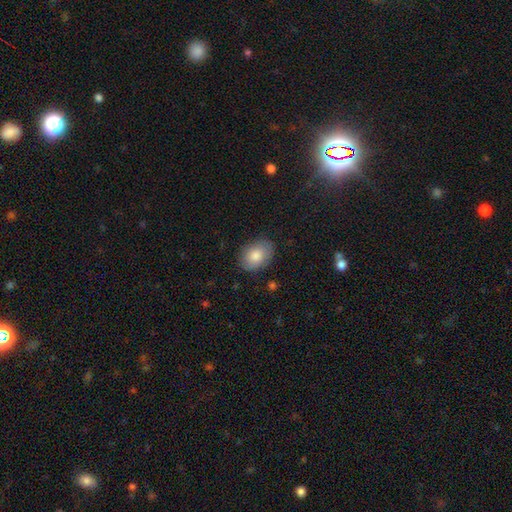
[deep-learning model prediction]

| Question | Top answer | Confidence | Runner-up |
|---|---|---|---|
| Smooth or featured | smooth | 81% | featured or disk (12%) |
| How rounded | in between | 83% | round (16%) |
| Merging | none | 84% | minor disturbance (12%) |